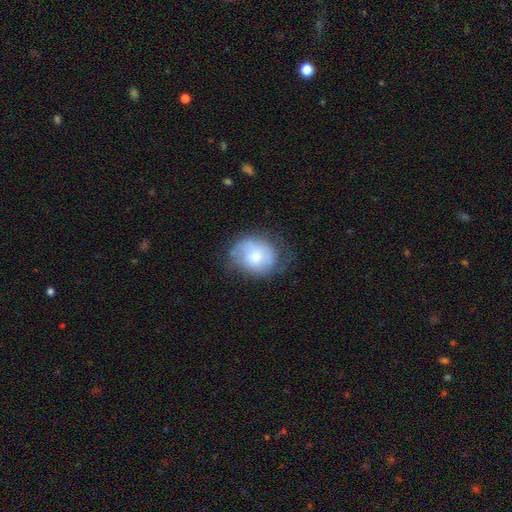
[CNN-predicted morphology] type=smooth (59%); roundness=round (53%); merging=none (51%).